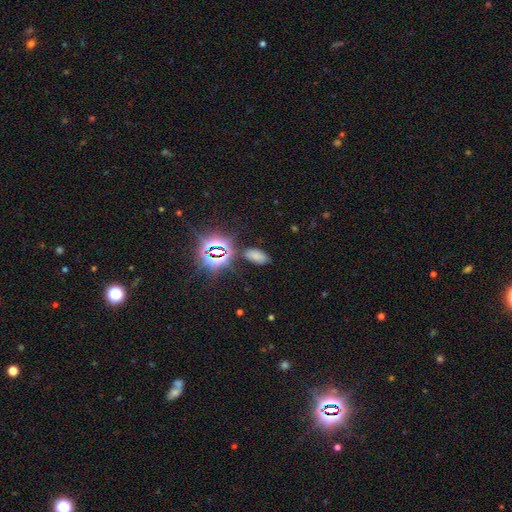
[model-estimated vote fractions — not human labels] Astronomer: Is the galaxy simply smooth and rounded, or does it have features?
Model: smooth — 59%.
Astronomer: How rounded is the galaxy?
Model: in between — 93%.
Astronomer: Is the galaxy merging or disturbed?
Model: none — 78%.